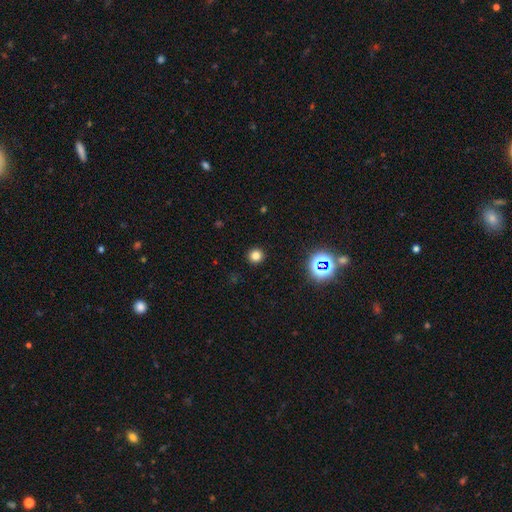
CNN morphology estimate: Smooth or featured?
  - smooth: 78% *
  - star or artifact: 17%
  - featured or disk: 5%
How rounded?
  - round: 95% *
  - in between: 4%
  - cigar-shaped: 1%
Merging?
  - none: 93% *
  - minor disturbance: 4%
  - major disturbance: 2%
  - merger: 1%